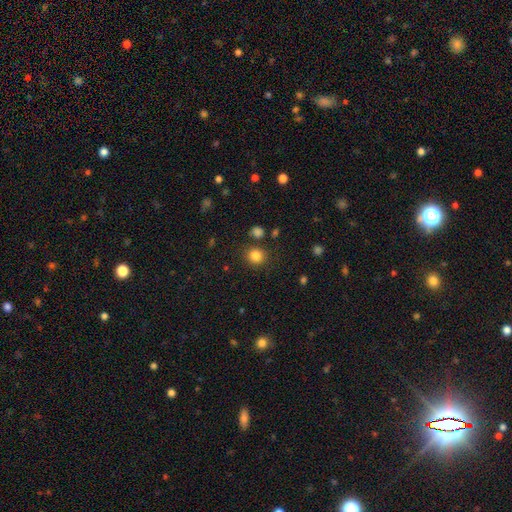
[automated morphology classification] This appears to be a smooth galaxy with no disk features (83%) that is round (87%). Merging: none (84%).